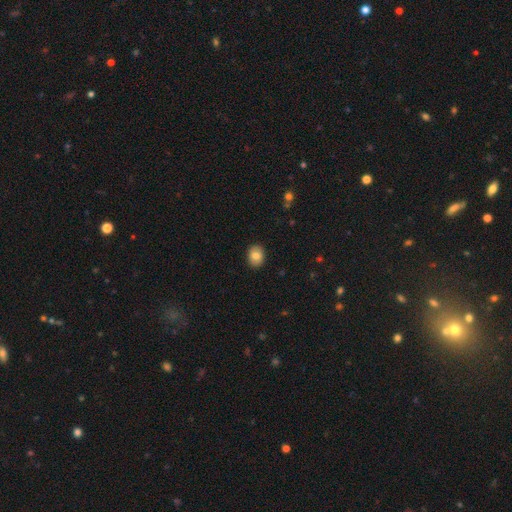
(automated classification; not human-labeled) smooth_or_featured: smooth (p=0.82) [alt: featured or disk p=0.10]
how_rounded: in between (p=0.57) [alt: round p=0.42]
merging: none (p=0.90) [alt: minor disturbance p=0.08]